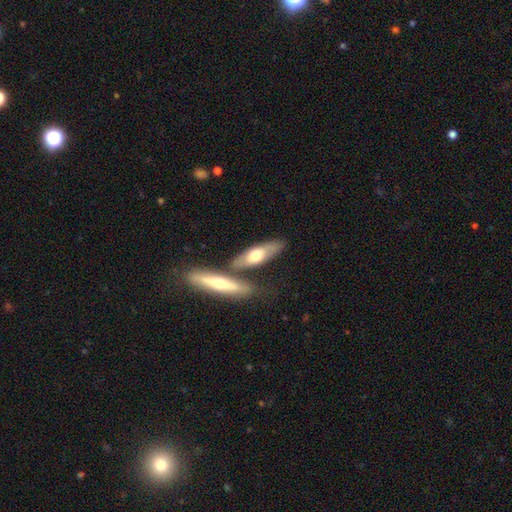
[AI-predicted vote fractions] Q: Smooth or featured?
A: smooth (53%); runner-up: featured or disk (42%)
Q: How rounded?
A: cigar-shaped (53%); runner-up: in between (44%)
Q: Merging?
A: none (65%); runner-up: merger (20%)